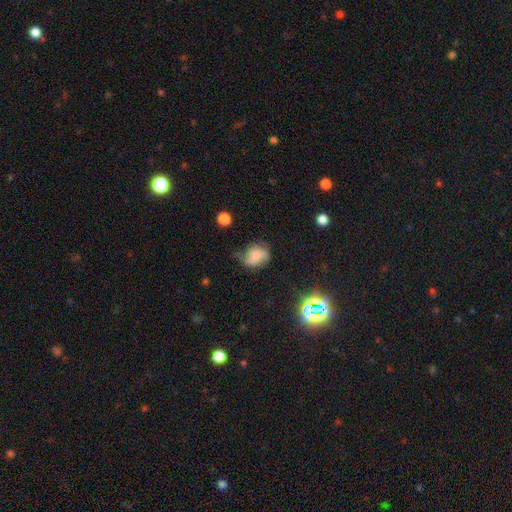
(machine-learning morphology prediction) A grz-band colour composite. It shows a featured or disk galaxy (47%). Merging: none (49%).